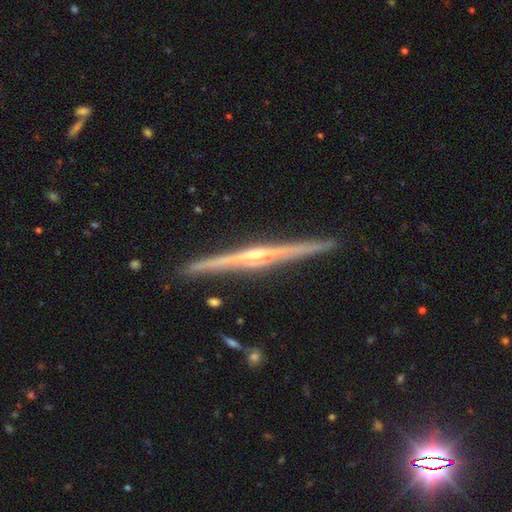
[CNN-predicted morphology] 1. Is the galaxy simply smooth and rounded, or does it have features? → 88% featured or disk, 7% smooth, 5% star or artifact.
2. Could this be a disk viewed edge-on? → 99% yes, 1% no.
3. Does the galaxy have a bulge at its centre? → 81% rounded, 13% none, 6% boxy.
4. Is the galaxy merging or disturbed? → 92% none, 5% minor disturbance, 1% merger, 1% major disturbance.